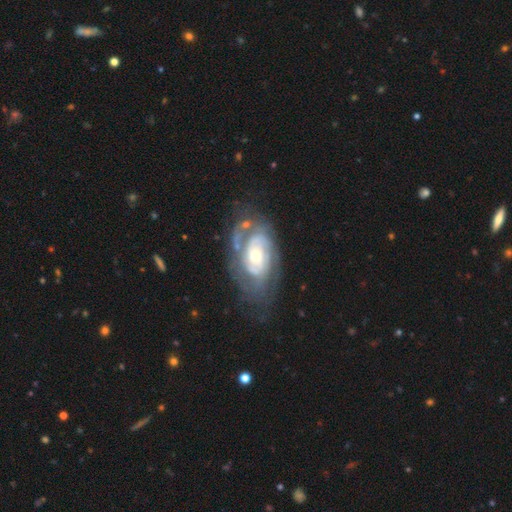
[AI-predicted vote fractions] A featured or disk galaxy (84%) with no bar (65%), 2 (39%) tight (62%) spiral arms (90%) and a moderate central bulge (50%).

Vote fractions:
- Smooth or featured? featured or disk: 84% / smooth: 11% / star or artifact: 5%
- Edge-on disk? no: 95% / yes: 5%
- Bar? no: 65% / weak: 27% / strong: 8%
- Spiral arms? yes: 90% / no: 10%
- Spiral winding? tight: 62% / medium: 29% / loose: 9%
- Spiral arm count? 2: 39% / can't tell: 35% / 3: 13% / 1: 6% / 4: 5% / more than 4: 3%
- Bulge size? moderate: 50% / small: 41% / large: 6% / none: 1% / dominant: 1%
- Merging? none: 61% / minor disturbance: 21% / major disturbance: 15% / merger: 3%